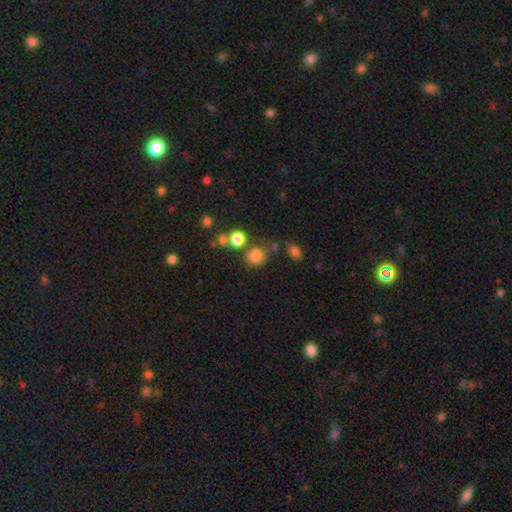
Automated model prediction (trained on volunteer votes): This is likely a smooth galaxy (78%). How rounded: likely round (73%). Merging: likely none (65%).